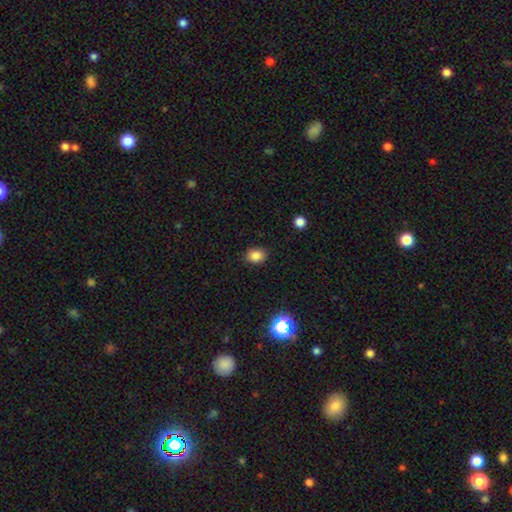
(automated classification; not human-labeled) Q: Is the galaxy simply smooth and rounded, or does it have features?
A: smooth — 83%.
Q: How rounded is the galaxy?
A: in between — 53%.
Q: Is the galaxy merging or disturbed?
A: none — 87%.